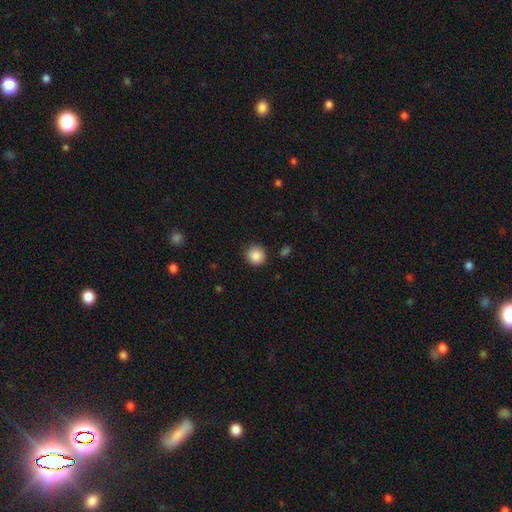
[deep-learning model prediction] Morphology: type=smooth (88%); roundness=round (91%); merging=none (88%).